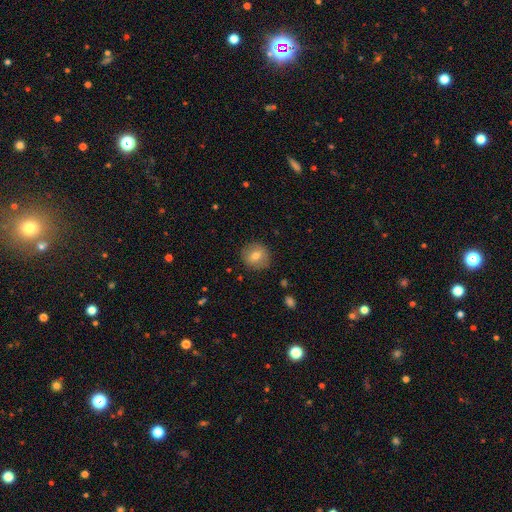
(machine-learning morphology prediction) A smooth galaxy with no disk features (73%) that is round (90%). Merging: none (87%).